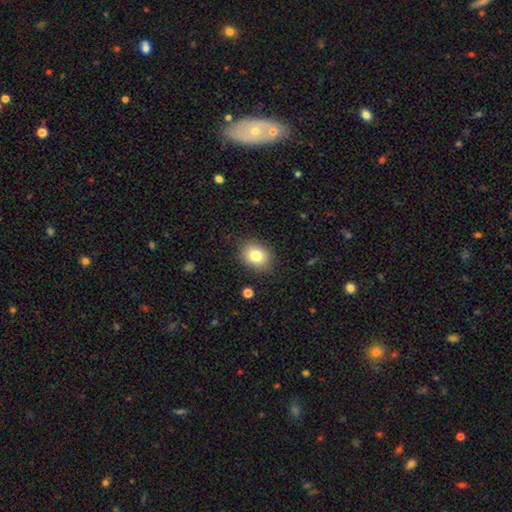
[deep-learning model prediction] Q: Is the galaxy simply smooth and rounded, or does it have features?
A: smooth — 81%.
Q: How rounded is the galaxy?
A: round — 52%.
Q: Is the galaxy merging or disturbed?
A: none — 87%.